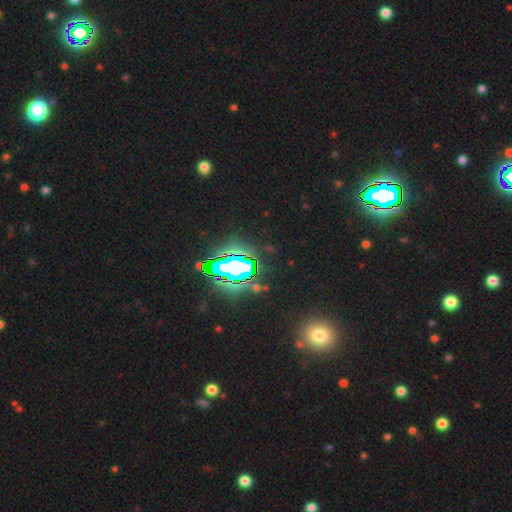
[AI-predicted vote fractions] Smooth or featured? Predicted: star or artifact (p=0.81).